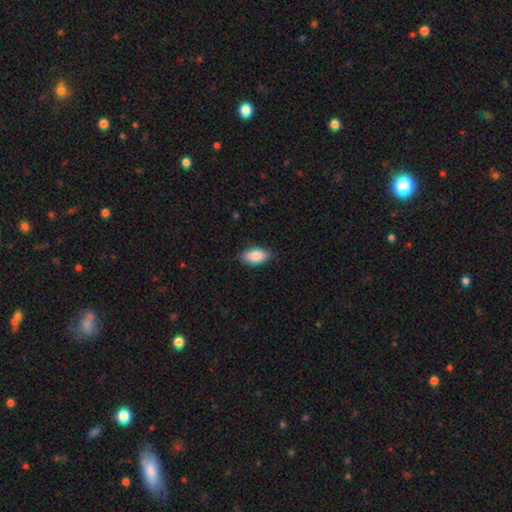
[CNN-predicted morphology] Overall: smooth (88%). How rounded: in between (93%). Merging: none (84%).